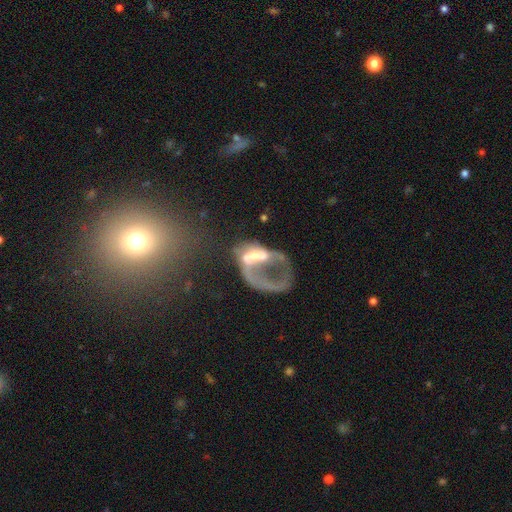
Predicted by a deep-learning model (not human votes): Smooth or featured? Predicted: featured or disk (p=0.61). Edge-on disk? Predicted: no (p=0.95). Bar? Predicted: no (p=0.73). Spiral arms? Predicted: no (p=0.72). Bulge size? Predicted: none (p=0.40). Merging? Predicted: major disturbance (p=0.54).